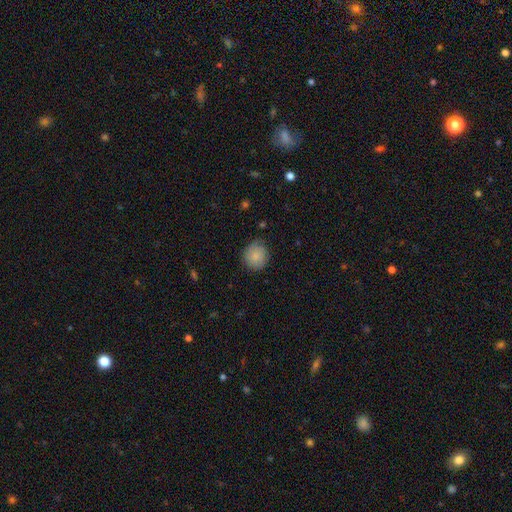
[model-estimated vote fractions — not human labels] Overall: smooth (81%). How rounded: round (84%). Merging: none (75%).